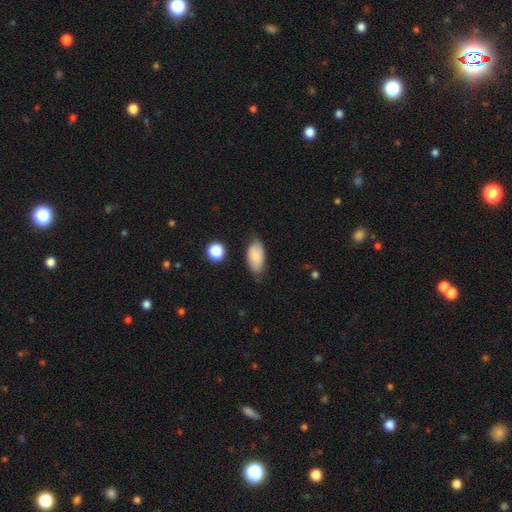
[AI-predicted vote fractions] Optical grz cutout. It shows a smooth galaxy with no disk features (76%) that is in between round and cigar-shaped (92%). Merging: none (64%).